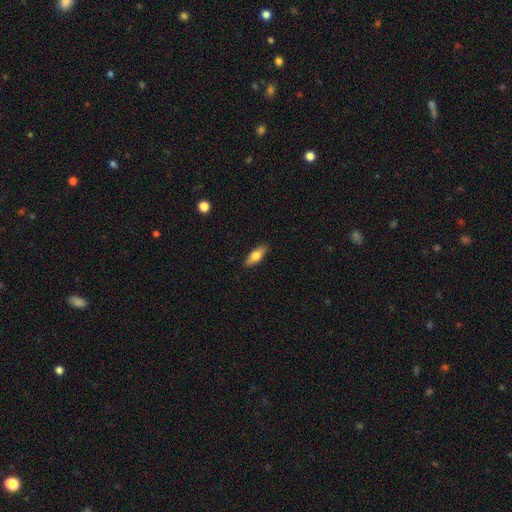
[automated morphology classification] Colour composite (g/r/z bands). It shows a smooth galaxy with no disk features (71%) that is in between round and cigar-shaped (64%). Merging: none (89%).